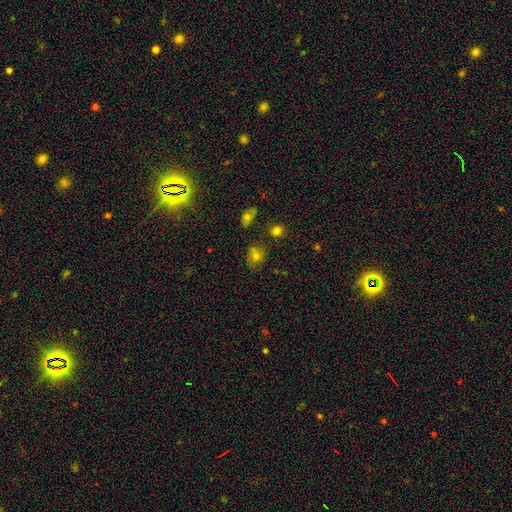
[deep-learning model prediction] The model was most divided on "how rounded": round: 68%, in between: 31%, cigar-shaped: 1%. More confident: merging — none (74%); smooth or featured — smooth (69%).